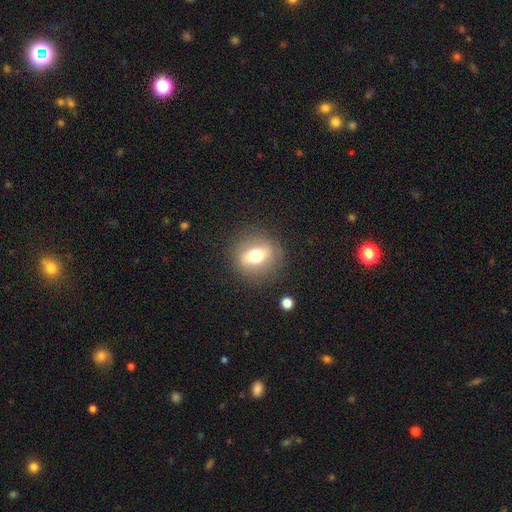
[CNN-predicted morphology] Q: Smooth or featured?
A: smooth (53%); runner-up: featured or disk (37%)
Q: How rounded?
A: round (64%); runner-up: in between (33%)
Q: Merging?
A: none (86%); runner-up: minor disturbance (9%)